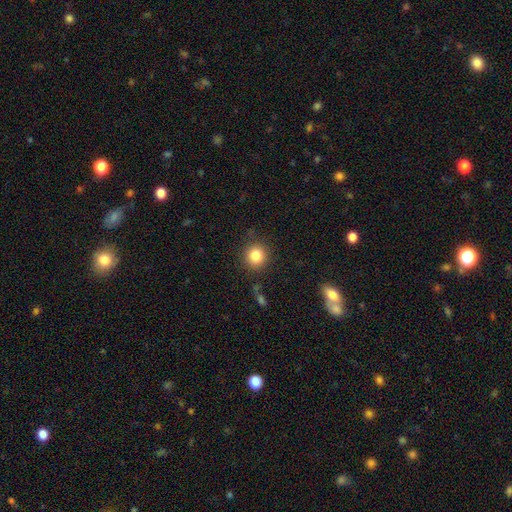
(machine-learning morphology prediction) A smooth galaxy with no disk features (83%) that is round (90%).

Vote fractions:
- Smooth or featured? smooth: 83% / star or artifact: 11% / featured or disk: 6%
- How rounded? round: 90% / in between: 9% / cigar-shaped: 1%
- Merging? none: 89% / minor disturbance: 7% / major disturbance: 3% / merger: 2%